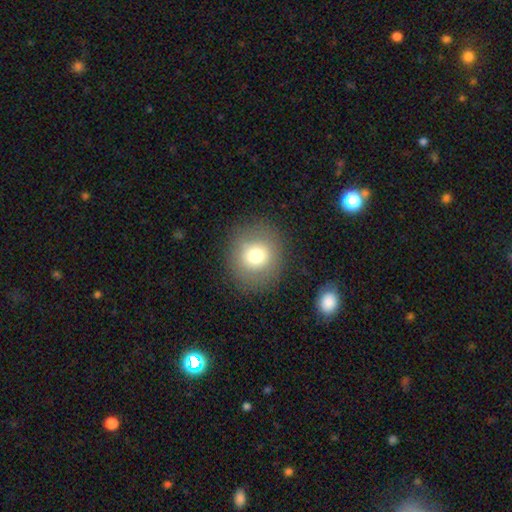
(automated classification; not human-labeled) This appears to be a smooth galaxy with no disk features (72%) that is round (89%). Merging: none (86%).